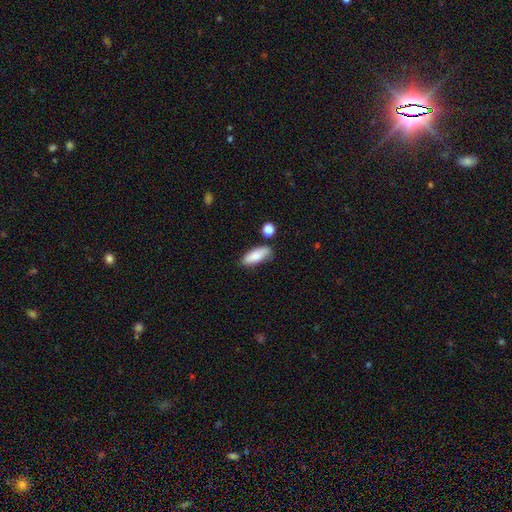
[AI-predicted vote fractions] The model was most divided on "how rounded": in between: 73%, cigar-shaped: 25%, round: 2%. More confident: smooth or featured — smooth (84%); merging — none (74%).